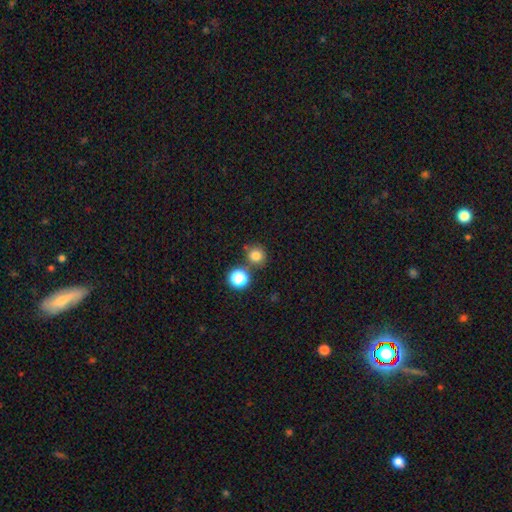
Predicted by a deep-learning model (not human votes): This is likely a smooth galaxy (79%). How rounded: clearly round (90%). Merging: likely none (76%).